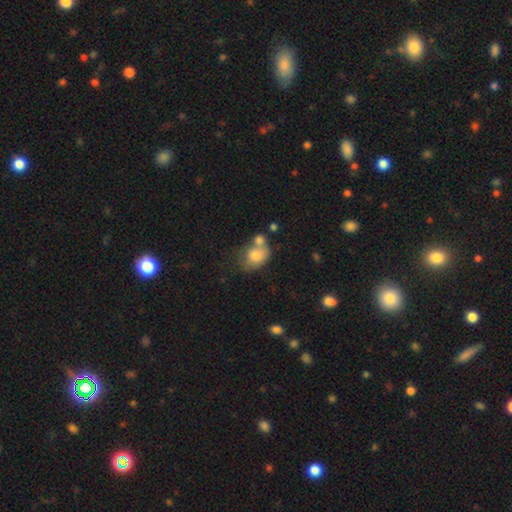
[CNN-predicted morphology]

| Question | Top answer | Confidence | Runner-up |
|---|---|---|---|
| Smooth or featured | smooth | 76% | featured or disk (16%) |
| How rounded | in between | 69% | round (30%) |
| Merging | merger | 40% | none (30%) |